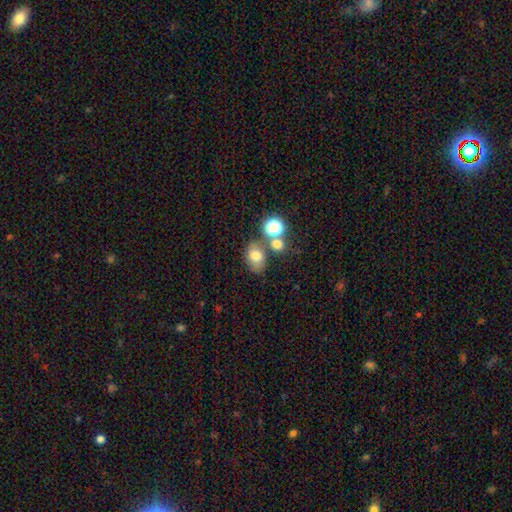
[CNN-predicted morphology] smooth-or-featured: smooth: 70% | featured or disk: 15% | star or artifact: 15%
  how-rounded: in between: 62% | round: 37% | cigar-shaped: 1%
  merging: none: 54% | merger: 24% | minor disturbance: 15% | major disturbance: 6%